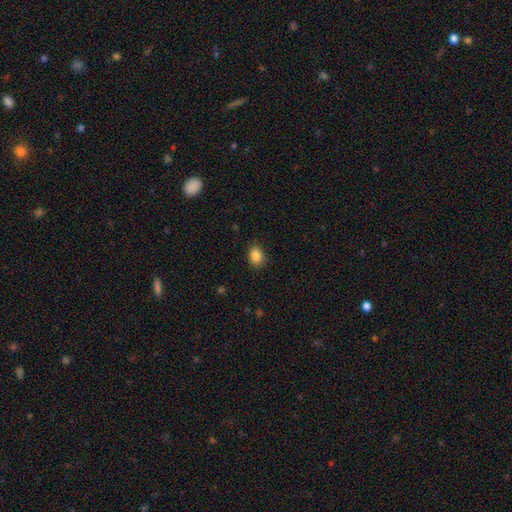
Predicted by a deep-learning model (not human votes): Smooth or featured: smooth — 86% (star or artifact — 10%)
How rounded: in between — 68% (round — 31%)
Merging: none — 84% (minor disturbance — 12%)